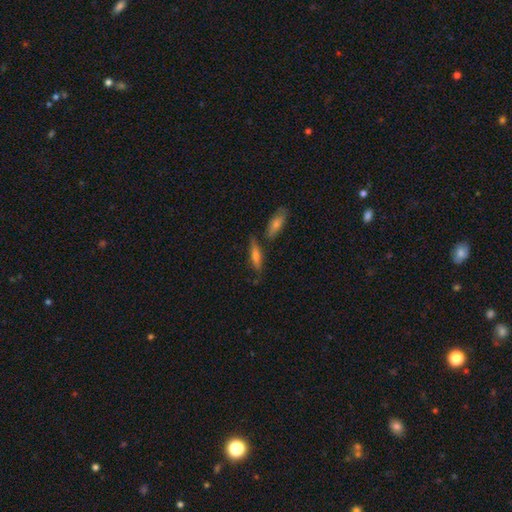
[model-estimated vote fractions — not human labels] This is possibly a smooth galaxy (58%). How rounded: likely cigar-shaped (68%). Merging: likely none (70%).